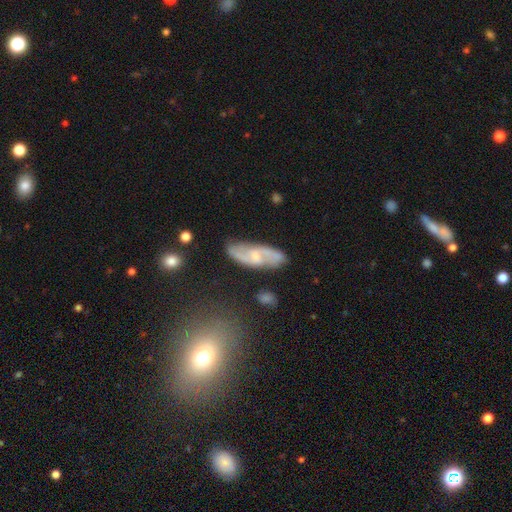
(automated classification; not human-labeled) Smooth or featured? Predicted: featured or disk (p=0.73). Edge-on disk? Predicted: no (p=0.90). Bar? Predicted: weak (p=0.47). Spiral arms? Predicted: yes (p=0.90). Spiral winding? Predicted: medium (p=0.42). Spiral arm count? Predicted: 2 (p=0.81). Bulge size? Predicted: small (p=0.55). Merging? Predicted: none (p=0.75).